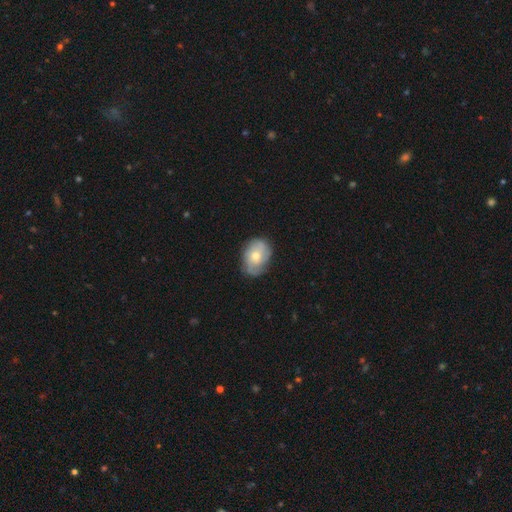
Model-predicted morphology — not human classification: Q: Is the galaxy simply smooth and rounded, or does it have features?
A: featured or disk — 54%.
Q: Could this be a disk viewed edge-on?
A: no — 95%.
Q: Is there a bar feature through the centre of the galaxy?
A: no — 78%.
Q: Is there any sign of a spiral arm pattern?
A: yes — 78%.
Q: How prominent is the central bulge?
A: moderate — 64%.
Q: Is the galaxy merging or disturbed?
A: none — 72%.